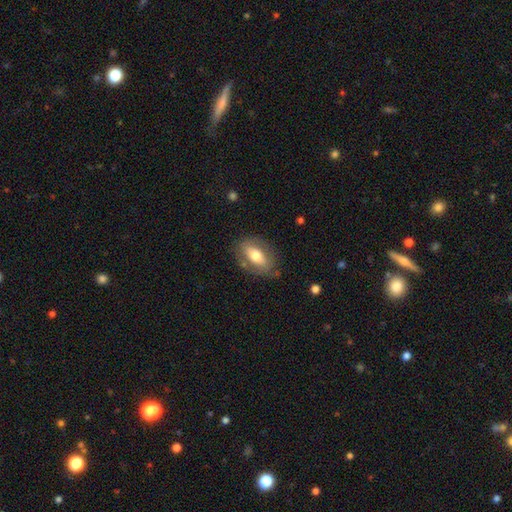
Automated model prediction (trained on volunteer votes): Smooth or featured: smooth — 59% (featured or disk — 34%)
How rounded: in between — 87% (round — 8%)
Merging: none — 75% (minor disturbance — 17%)